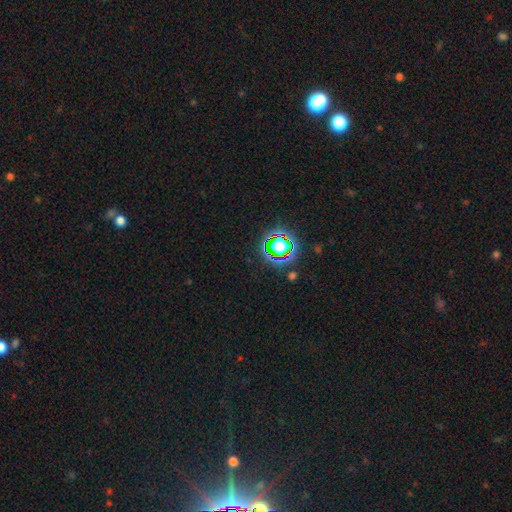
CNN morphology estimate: The model was most divided on "smooth or featured": star or artifact: 78%, smooth: 14%, featured or disk: 8%.